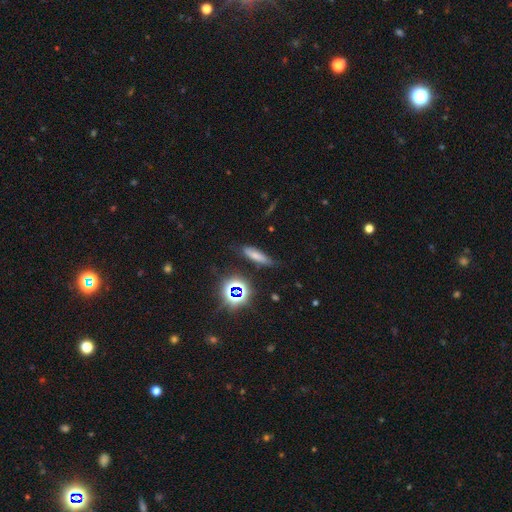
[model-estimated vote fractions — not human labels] Smooth or featured: smooth — 63% (star or artifact — 21%)
How rounded: cigar-shaped — 58% (in between — 37%)
Merging: none — 71% (minor disturbance — 20%)